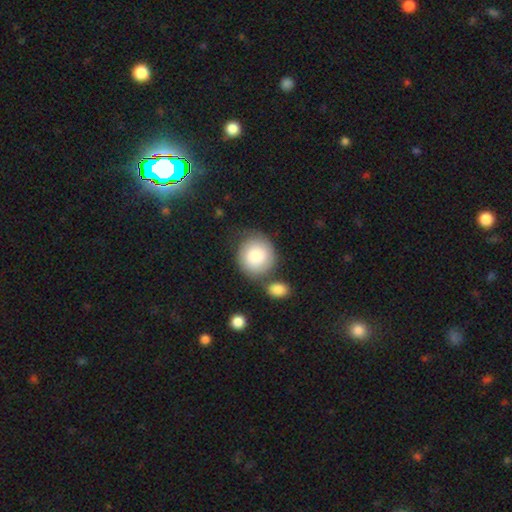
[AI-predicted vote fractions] This is clearly a smooth galaxy (80%). How rounded: clearly round (85%). Merging: likely none (61%).